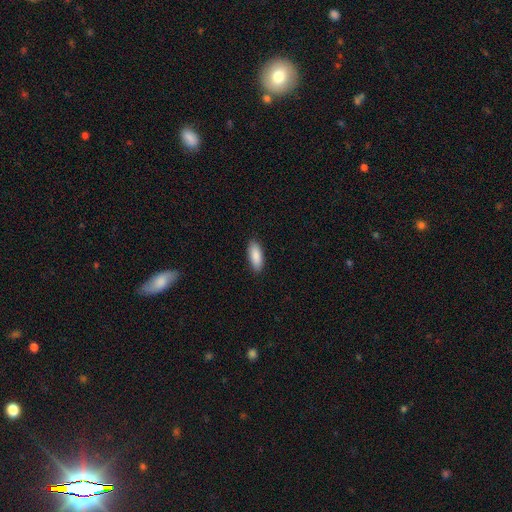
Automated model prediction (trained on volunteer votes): A smooth galaxy with no disk features (89%) that is in between round and cigar-shaped (76%). Merging: none (89%).